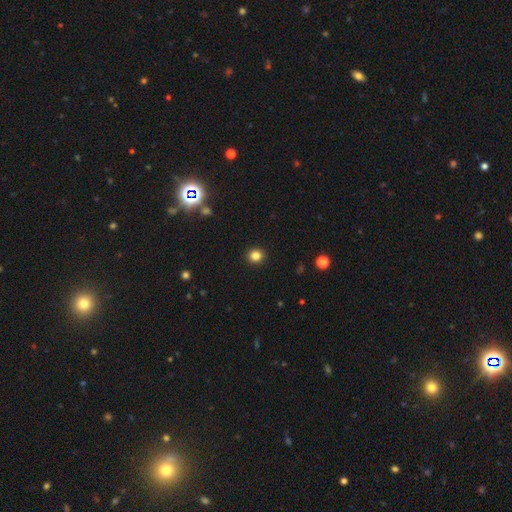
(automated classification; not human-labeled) The model was most divided on "smooth or featured": smooth: 84%, star or artifact: 12%, featured or disk: 4%. More confident: merging — none (93%); how rounded — round (88%).